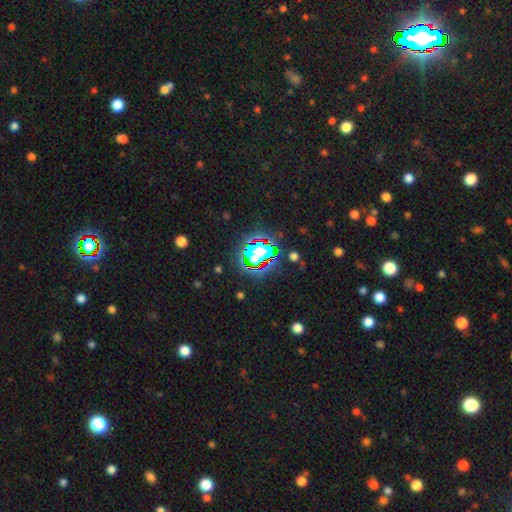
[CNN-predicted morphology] A star or artifact, not a galaxy (79%).

Vote fractions:
- Smooth or featured? star or artifact: 79% / smooth: 13% / featured or disk: 8%